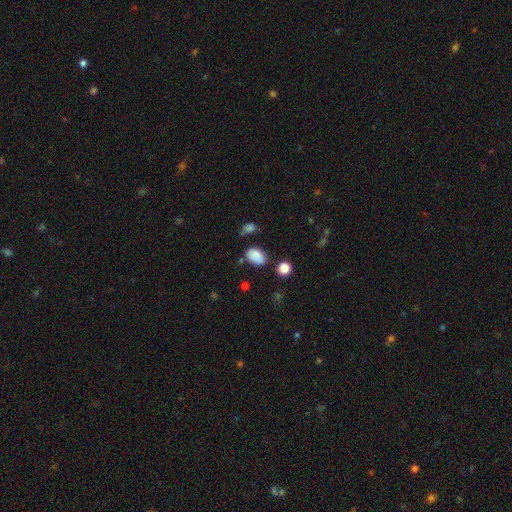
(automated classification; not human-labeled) The model was most divided on "merging": none: 68%, minor disturbance: 20%, merger: 7%, major disturbance: 5%. More confident: how rounded — in between (88%); smooth or featured — smooth (84%).